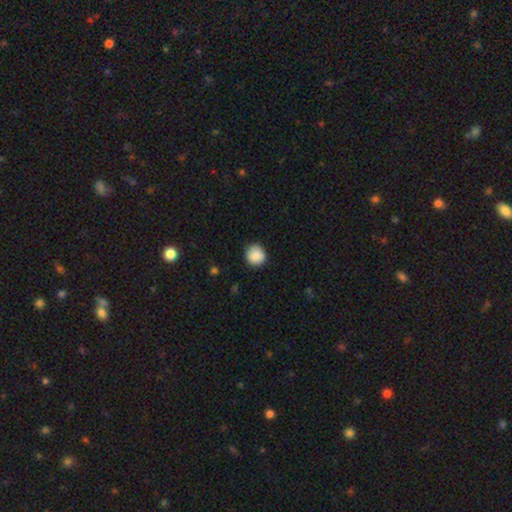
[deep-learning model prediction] Smooth or featured? Predicted: smooth (p=0.87). How rounded? Predicted: round (p=0.89). Merging? Predicted: none (p=0.83).